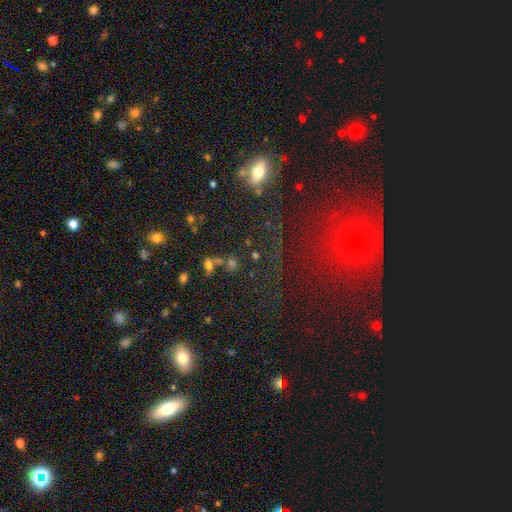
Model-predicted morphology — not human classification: A star or artifact, not a galaxy (45%).